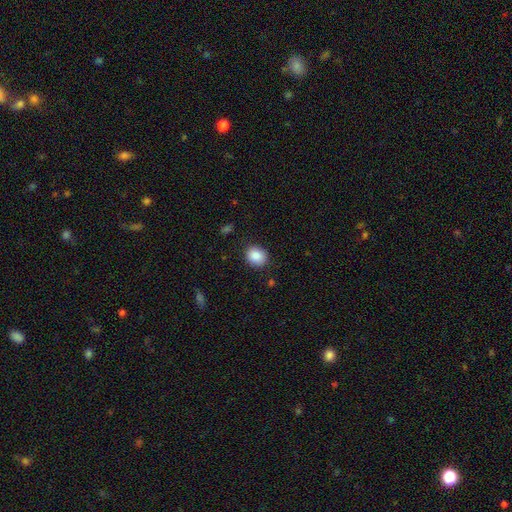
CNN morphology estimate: type=smooth (88%); roundness=round (67%); merging=none (87%).